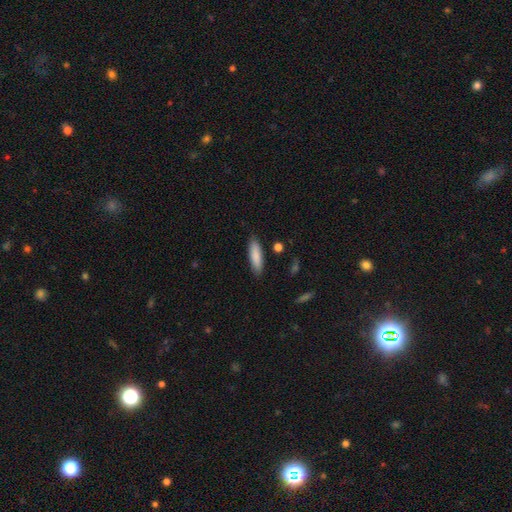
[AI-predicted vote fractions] smooth-or-featured: smooth: 86% | featured or disk: 8% | star or artifact: 6%
  how-rounded: cigar-shaped: 65% | in between: 33% | round: 1%
  merging: none: 87% | minor disturbance: 10% | major disturbance: 2% | merger: 2%